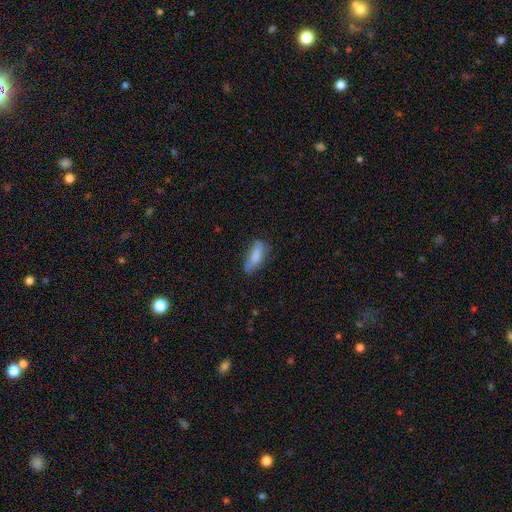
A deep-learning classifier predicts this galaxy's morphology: Overall: smooth (78%). How rounded: in between (58%; cigar-shaped 40%). Merging: none (57%; minor disturbance 31%).